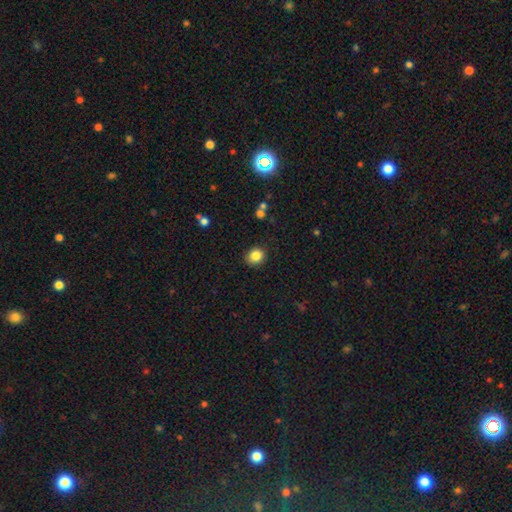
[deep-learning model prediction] A smooth galaxy with no disk features (85%) that is round (71%). Merging: none (88%).